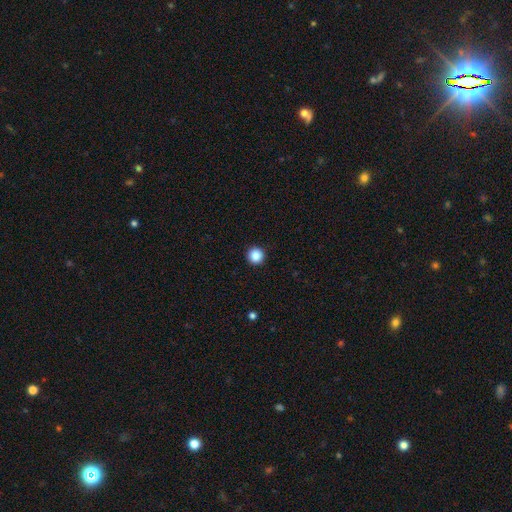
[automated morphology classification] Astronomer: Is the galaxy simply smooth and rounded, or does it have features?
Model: smooth — 88%.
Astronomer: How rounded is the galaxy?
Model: round — 96%.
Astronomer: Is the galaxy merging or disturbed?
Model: none — 94%.